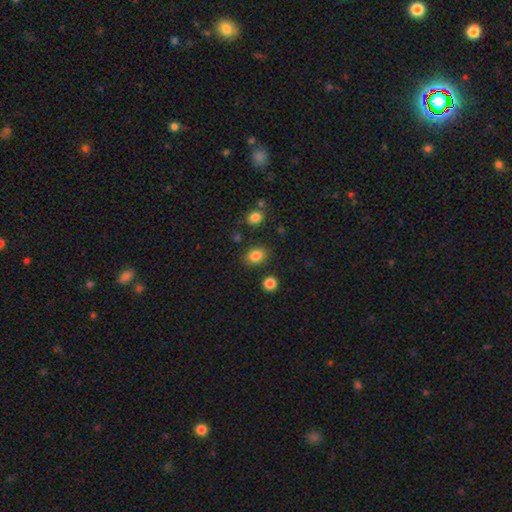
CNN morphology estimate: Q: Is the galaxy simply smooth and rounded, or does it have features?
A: smooth — 85%.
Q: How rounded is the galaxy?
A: in between — 57%.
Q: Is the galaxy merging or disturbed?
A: none — 84%.